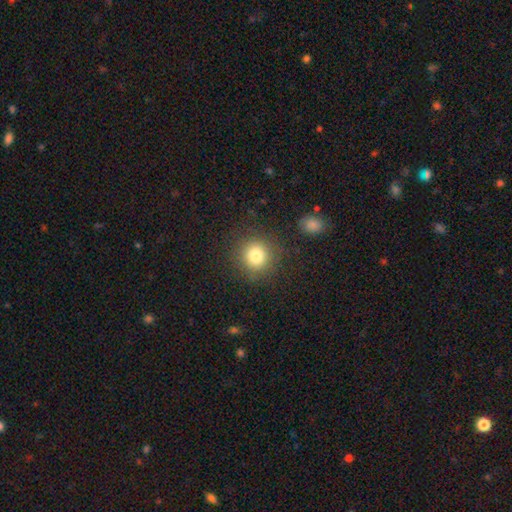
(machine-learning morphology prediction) Smooth or featured? Predicted: smooth (p=0.80). How rounded? Predicted: round (p=0.91). Merging? Predicted: none (p=0.87).